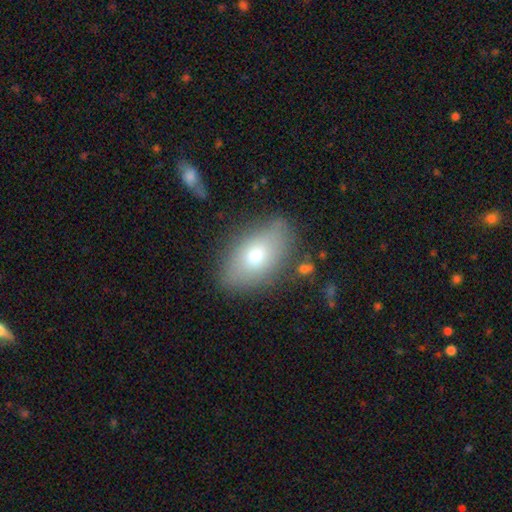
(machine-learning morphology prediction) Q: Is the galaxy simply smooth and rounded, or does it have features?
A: smooth — 70%.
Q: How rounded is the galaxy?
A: in between — 90%.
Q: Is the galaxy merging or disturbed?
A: none — 78%.